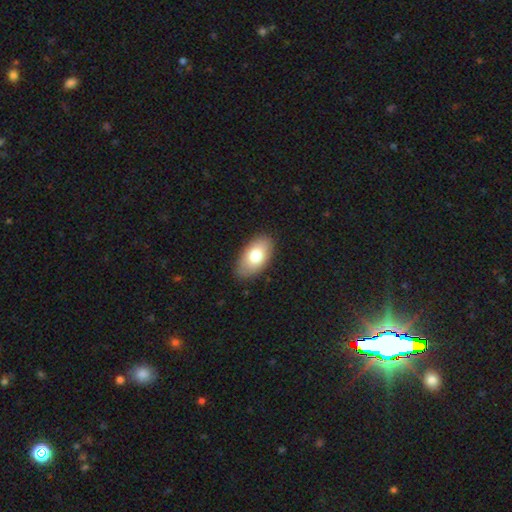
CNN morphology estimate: smooth 77%, featured or disk 16%, star or artifact 7%. Down the decision tree: how rounded — in between (94%); merging — none (85%).